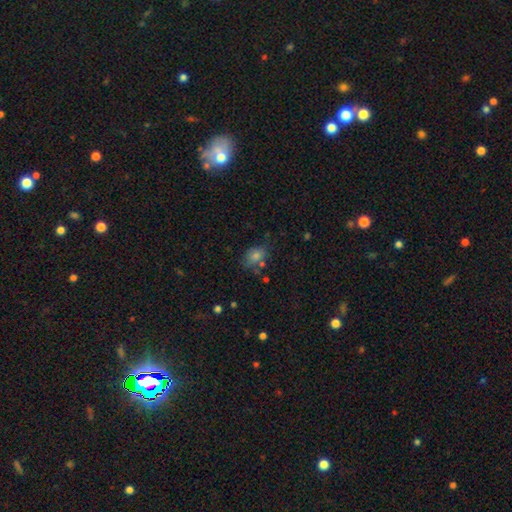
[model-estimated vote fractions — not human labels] A smooth galaxy with no disk features (73%) that is in between round and cigar-shaped (61%). Merging: none (66%).